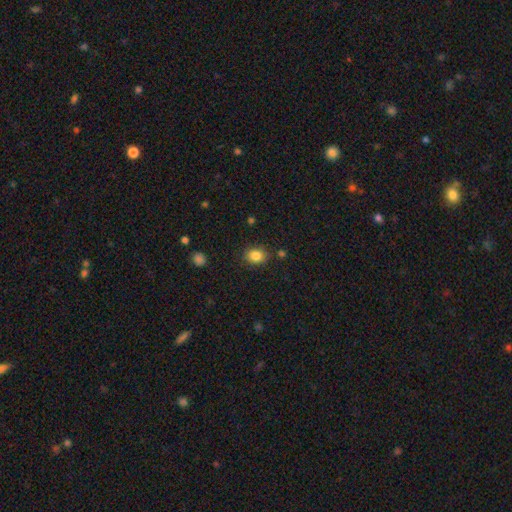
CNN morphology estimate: smooth-or-featured: smooth: 85% | star or artifact: 10% | featured or disk: 5%
  how-rounded: in between: 54% | round: 45% | cigar-shaped: 1%
  merging: none: 83% | minor disturbance: 11% | major disturbance: 3% | merger: 3%